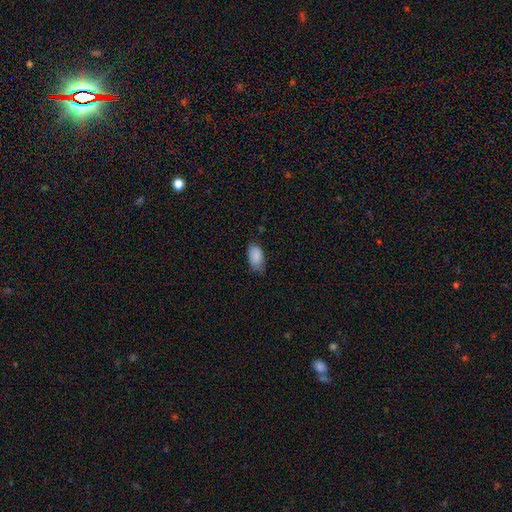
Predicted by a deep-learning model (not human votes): This is clearly a smooth galaxy (88%). How rounded: clearly in between (93%). Merging: likely none (67%).